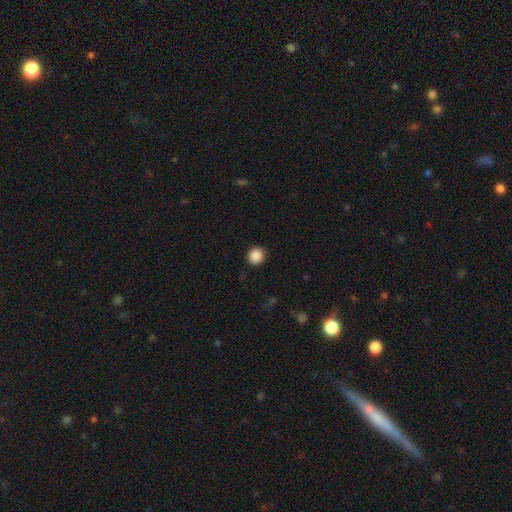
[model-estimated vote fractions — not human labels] Smooth or featured? Predicted: smooth (p=0.88). How rounded? Predicted: round (p=0.89). Merging? Predicted: none (p=0.90).